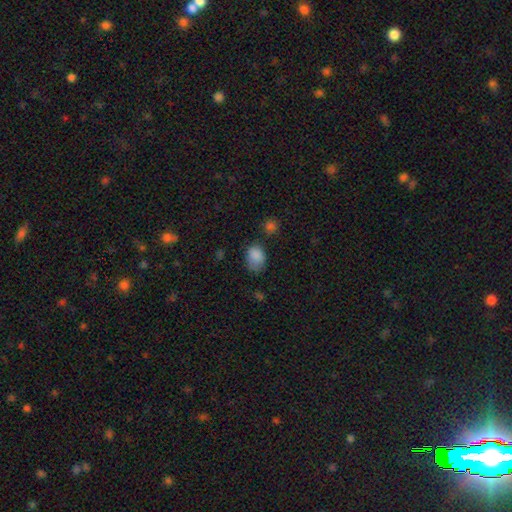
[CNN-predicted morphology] The model was most divided on "merging": none: 53%, minor disturbance: 32%, major disturbance: 11%, merger: 5%. More confident: smooth or featured — smooth (84%); how rounded — in between (74%).